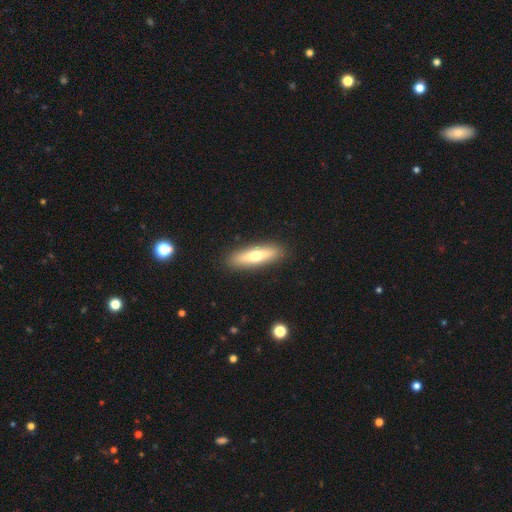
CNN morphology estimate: Smooth or featured? smooth (60%)
How rounded? cigar-shaped (67%)
Merging? none (90%)